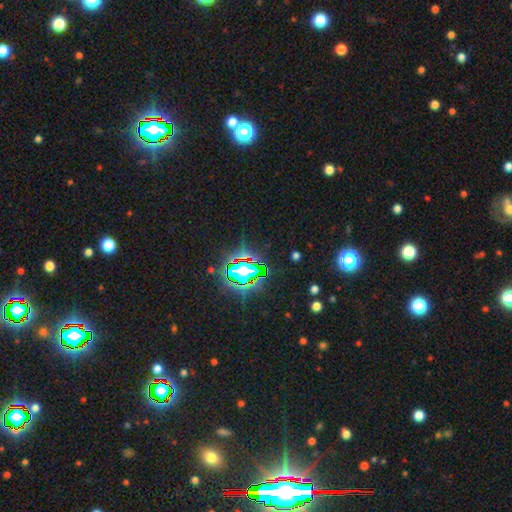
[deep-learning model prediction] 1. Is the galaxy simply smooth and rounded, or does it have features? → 80% star or artifact, 13% smooth, 8% featured or disk.